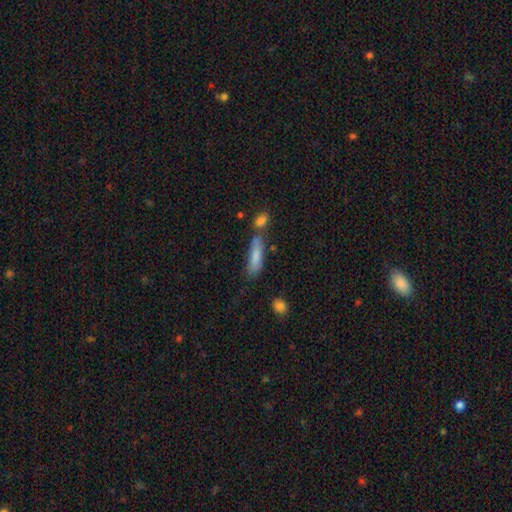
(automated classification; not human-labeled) smooth 79%, featured or disk 14%, star or artifact 7%. Down the decision tree: how rounded — cigar-shaped (65%); merging — none (52%).